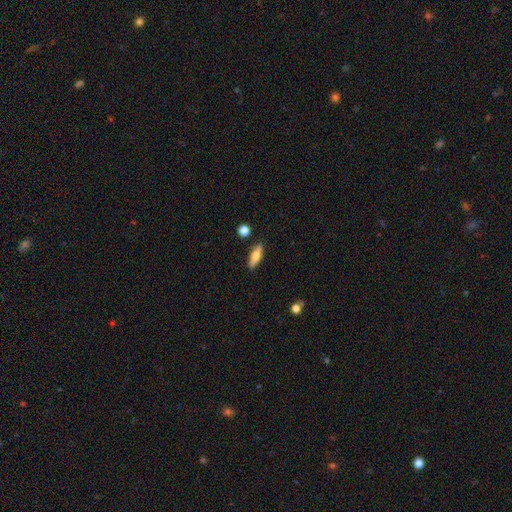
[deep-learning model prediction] Smooth or featured: smooth — 62% (featured or disk — 31%)
How rounded: cigar-shaped — 49% (in between — 48%)
Merging: none — 87% (minor disturbance — 9%)